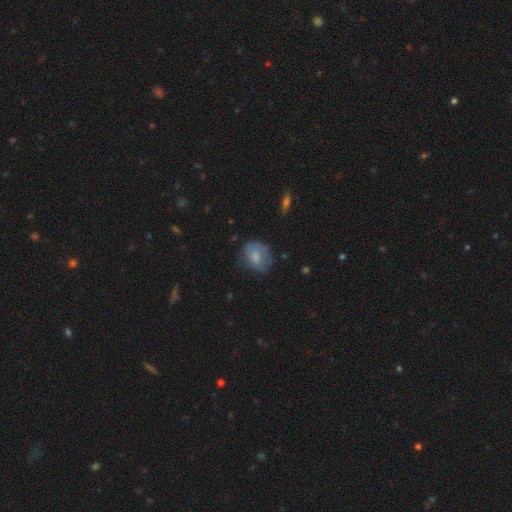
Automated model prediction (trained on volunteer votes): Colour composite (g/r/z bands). It shows a smooth galaxy with no disk features (70%) that is round (50%). Merging: none (58%).